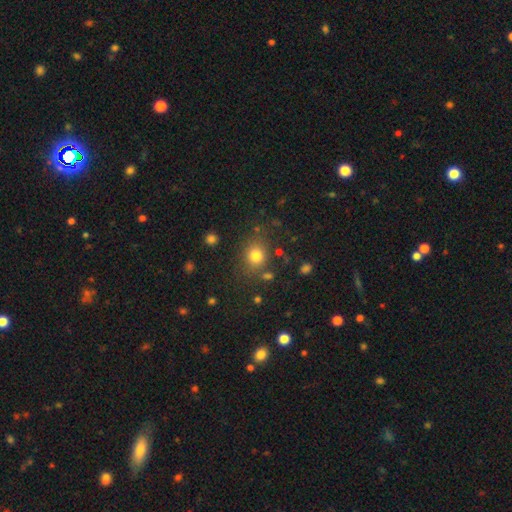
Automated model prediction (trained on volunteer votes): Smooth or featured: smooth — 78% (star or artifact — 14%)
How rounded: round — 76% (in between — 24%)
Merging: none — 78% (minor disturbance — 11%)